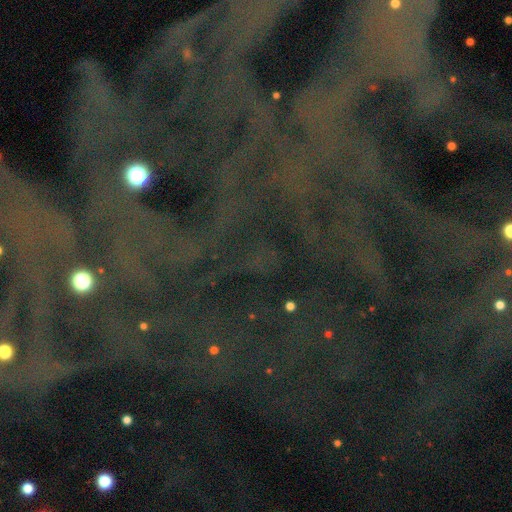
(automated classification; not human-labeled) Q: Smooth or featured?
A: star or artifact (82%); runner-up: featured or disk (9%)